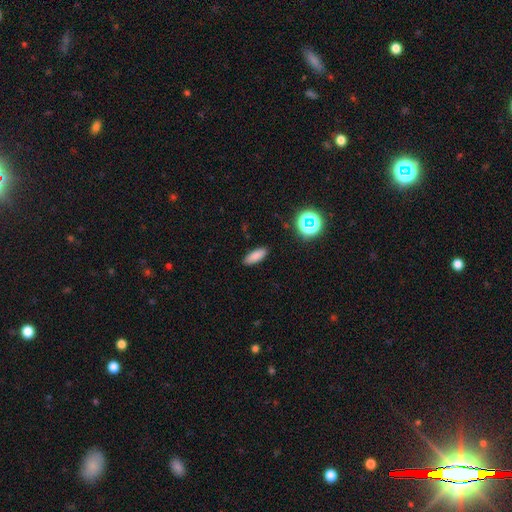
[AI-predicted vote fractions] This is clearly a smooth galaxy (83%). How rounded: likely in between (71%). Merging: clearly none (89%).